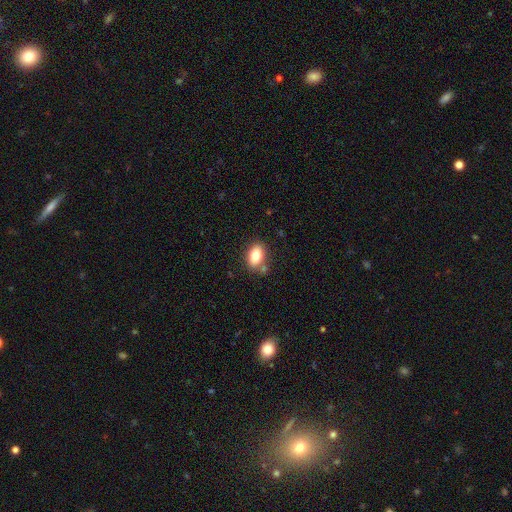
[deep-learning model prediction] Smooth or featured?
  - smooth: 81% *
  - featured or disk: 11%
  - star or artifact: 8%
How rounded?
  - in between: 87% *
  - round: 11%
  - cigar-shaped: 2%
Merging?
  - none: 75% *
  - minor disturbance: 13%
  - merger: 9%
  - major disturbance: 3%